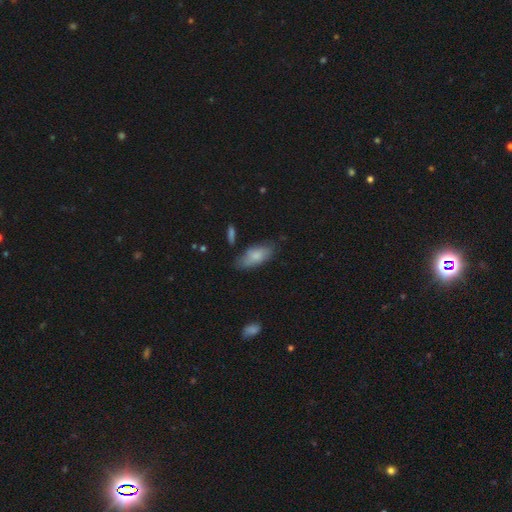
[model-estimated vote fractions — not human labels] The model was most divided on "merging": none: 68%, minor disturbance: 23%, major disturbance: 5%, merger: 4%. More confident: how rounded — in between (85%); smooth or featured — smooth (78%).